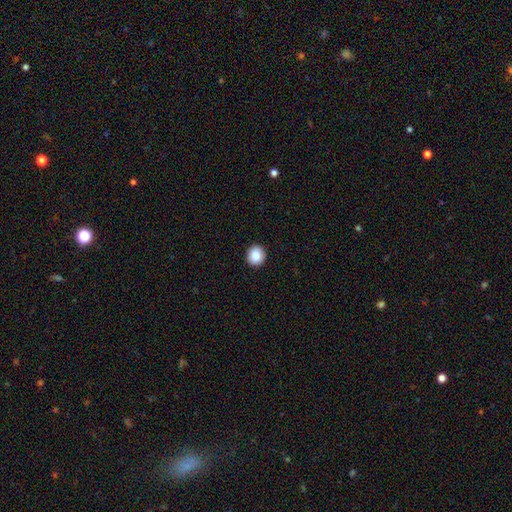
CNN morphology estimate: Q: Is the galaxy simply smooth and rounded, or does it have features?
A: smooth — 88%.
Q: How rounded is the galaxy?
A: round — 85%.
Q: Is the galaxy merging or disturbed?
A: none — 91%.